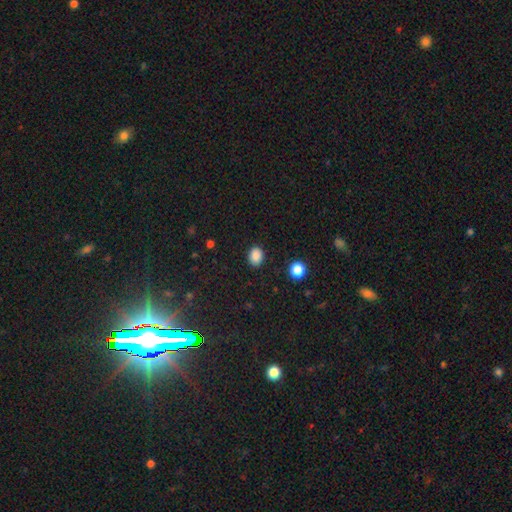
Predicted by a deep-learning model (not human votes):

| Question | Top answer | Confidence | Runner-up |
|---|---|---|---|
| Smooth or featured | smooth | 87% | star or artifact (10%) |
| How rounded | in between | 58% | round (41%) |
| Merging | none | 88% | minor disturbance (8%) |